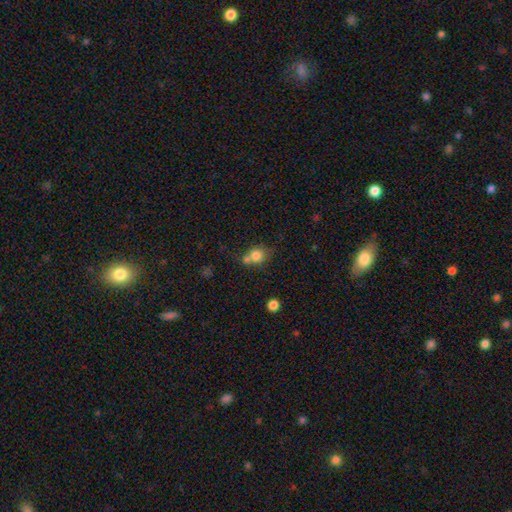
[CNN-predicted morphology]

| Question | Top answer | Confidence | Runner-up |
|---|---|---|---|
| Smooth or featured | smooth | 79% | star or artifact (11%) |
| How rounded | round | 76% | in between (23%) |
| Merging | none | 46% | merger (36%) |